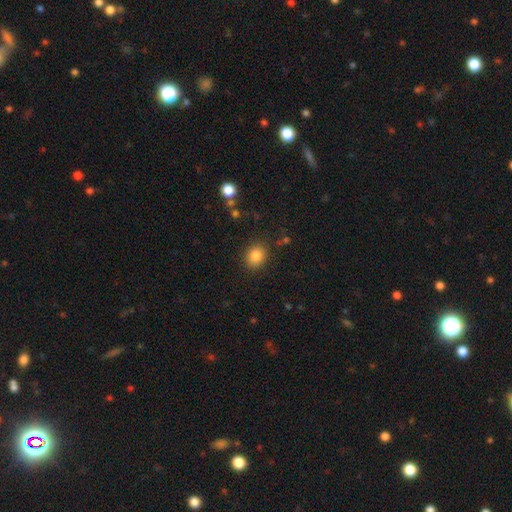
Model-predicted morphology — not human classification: Overall: smooth (85%). How rounded: round (56%; in between 43%). Merging: none (85%).